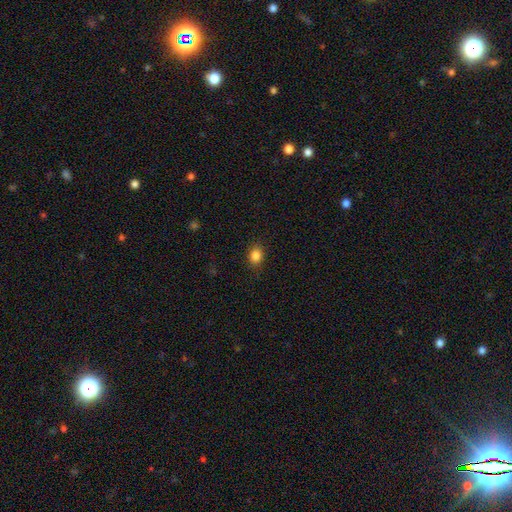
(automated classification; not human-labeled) A smooth galaxy with no disk features (85%) that is in between round and cigar-shaped (51%). Merging: none (86%).